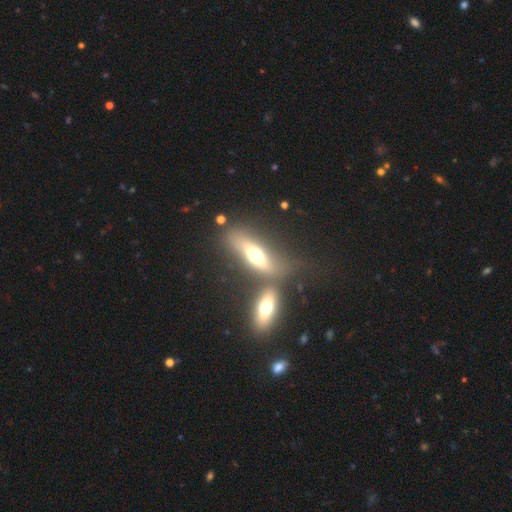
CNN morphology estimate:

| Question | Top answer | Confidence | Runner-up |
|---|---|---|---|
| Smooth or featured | smooth | 51% | featured or disk (40%) |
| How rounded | in between | 53% | cigar-shaped (43%) |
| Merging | none | 51% | merger (30%) |